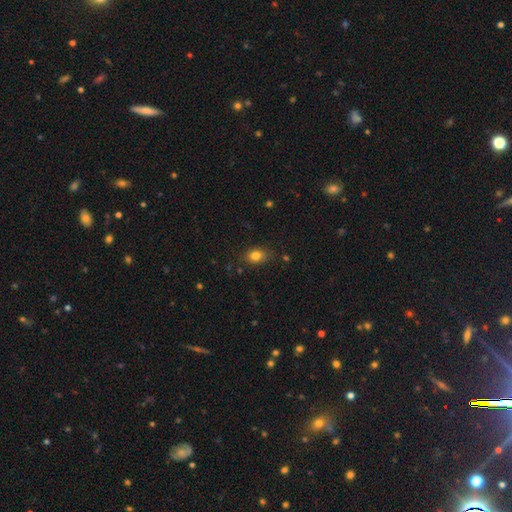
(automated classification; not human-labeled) smooth_or_featured: smooth (p=0.82) [alt: star or artifact p=0.10]
how_rounded: in between (p=0.73) [alt: round p=0.26]
merging: none (p=0.81) [alt: minor disturbance p=0.14]